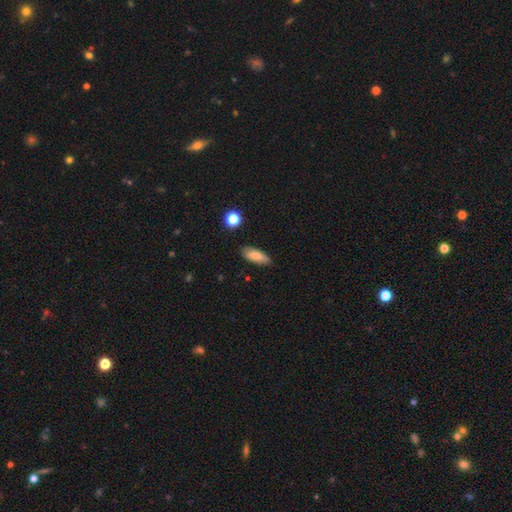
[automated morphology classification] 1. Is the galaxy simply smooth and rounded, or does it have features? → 79% smooth, 13% featured or disk, 8% star or artifact.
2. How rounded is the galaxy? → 73% in between, 24% cigar-shaped, 3% round.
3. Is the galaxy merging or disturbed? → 80% none, 16% minor disturbance, 3% major disturbance, 2% merger.